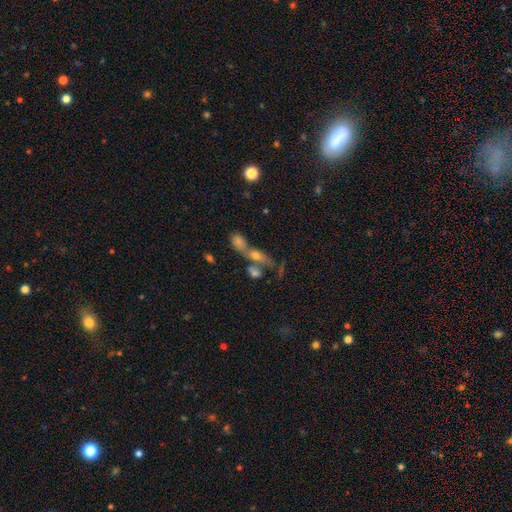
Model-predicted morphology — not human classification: The model was most divided on "smooth or featured": smooth: 45%, featured or disk: 38%, star or artifact: 18%. More confident: merging — merger (55%).